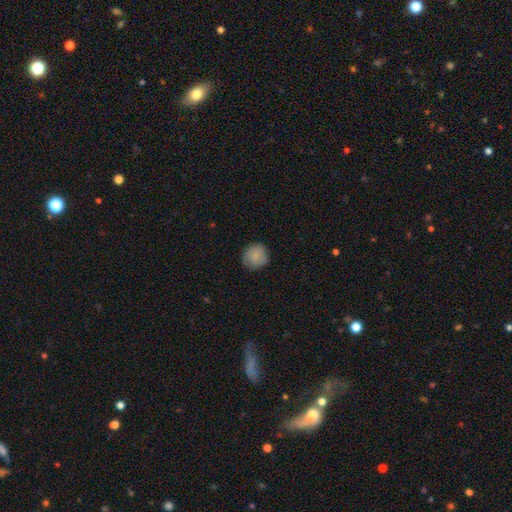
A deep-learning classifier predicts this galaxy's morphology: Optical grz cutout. It shows a smooth galaxy with no disk features (86%) that is round (89%). Merging: none (85%).